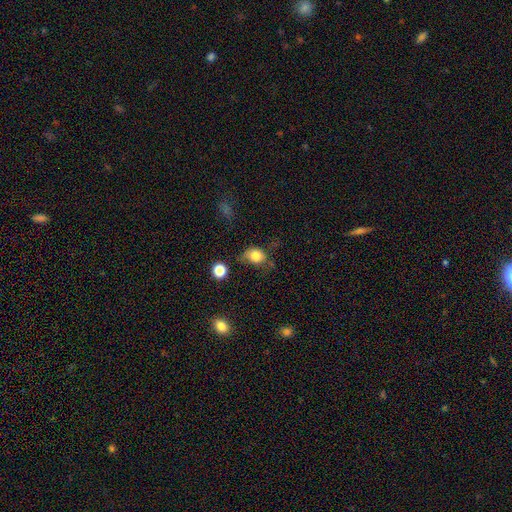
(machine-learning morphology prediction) Overall: smooth (79%). How rounded: round (53%; in between 46%). Merging: none (45%; minor disturbance 34%).